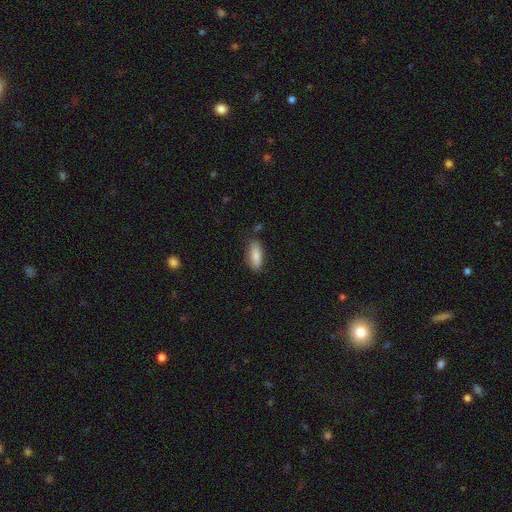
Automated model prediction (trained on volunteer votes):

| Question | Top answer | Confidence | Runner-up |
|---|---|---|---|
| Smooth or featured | smooth | 86% | featured or disk (7%) |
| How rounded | in between | 76% | cigar-shaped (22%) |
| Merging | none | 80% | minor disturbance (15%) |